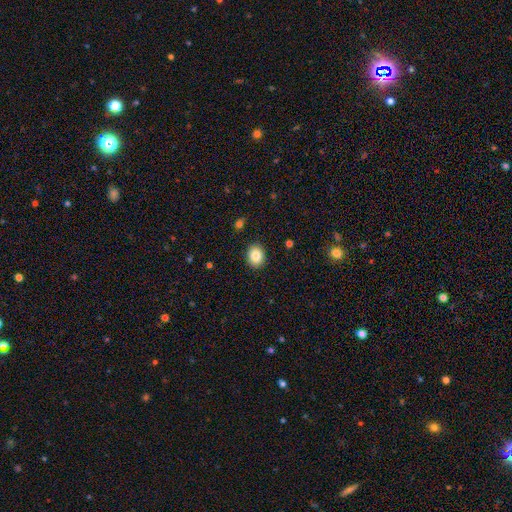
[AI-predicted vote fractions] A smooth galaxy with no disk features (85%) that is round (50%).

Vote fractions:
- Smooth or featured? smooth: 85% / star or artifact: 9% / featured or disk: 6%
- How rounded? round: 50% / in between: 49% / cigar-shaped: 1%
- Merging? none: 90% / minor disturbance: 7% / major disturbance: 2% / merger: 1%